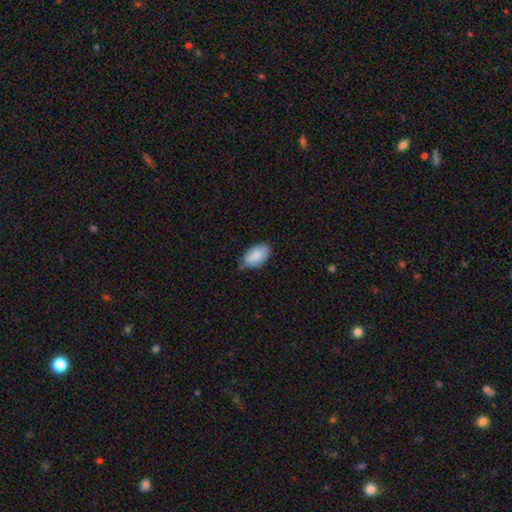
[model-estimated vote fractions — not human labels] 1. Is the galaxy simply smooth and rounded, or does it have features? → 86% smooth, 8% featured or disk, 6% star or artifact.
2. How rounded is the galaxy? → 95% in between, 3% round, 2% cigar-shaped.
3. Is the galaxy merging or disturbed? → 64% none, 30% minor disturbance, 4% major disturbance, 2% merger.